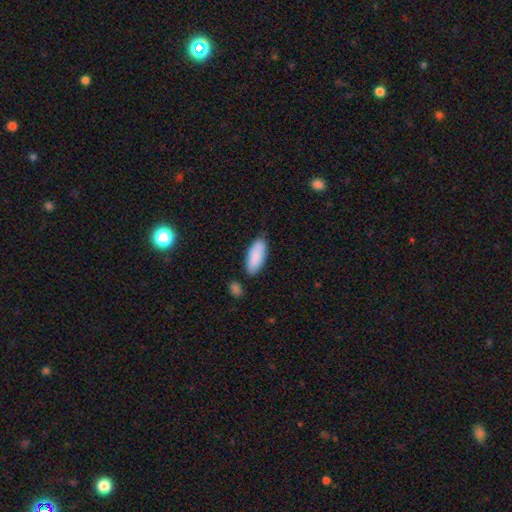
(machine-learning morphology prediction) smooth_or_featured: smooth (p=0.88) [alt: featured or disk p=0.06]
how_rounded: in between (p=0.82) [alt: cigar-shaped p=0.16]
merging: none (p=0.76) [alt: minor disturbance p=0.16]